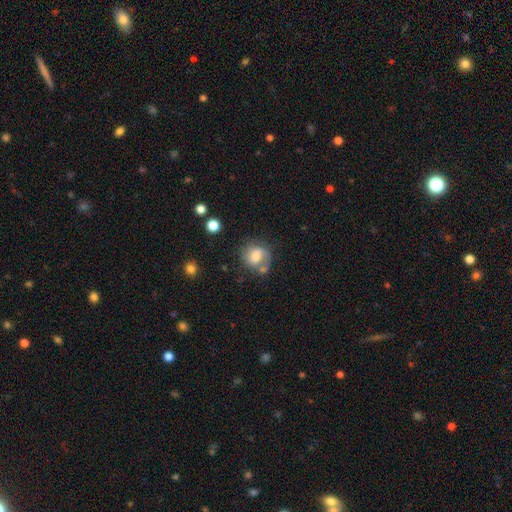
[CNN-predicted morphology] Smooth or featured? smooth (59%)
How rounded? round (73%)
Merging? none (50%)